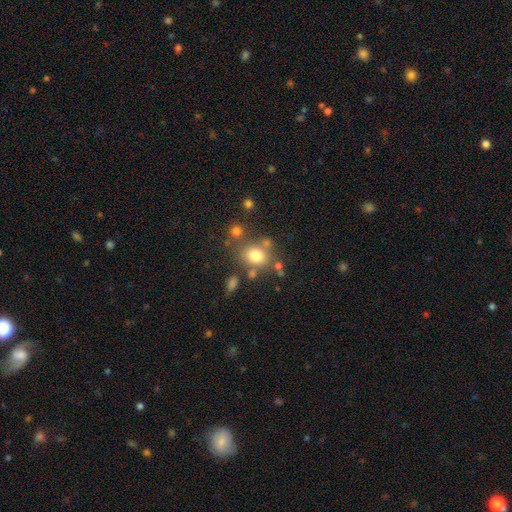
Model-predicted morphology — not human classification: Overall: smooth (75%). How rounded: round (62%; in between 37%). Merging: none (65%).